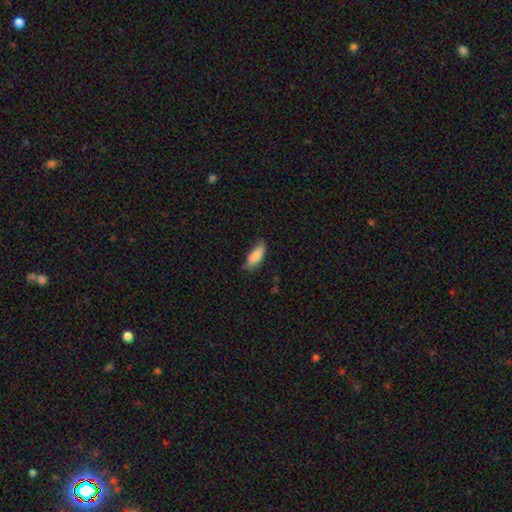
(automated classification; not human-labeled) This is clearly a smooth galaxy (83%). How rounded: likely in between (73%). Merging: likely none (65%).